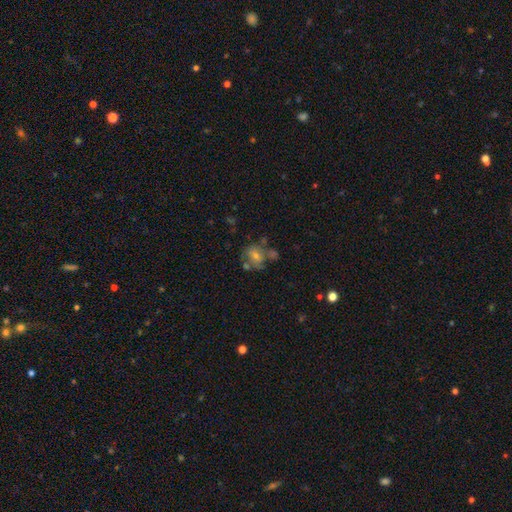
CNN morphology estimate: Smooth or featured: smooth — 44% (featured or disk — 40%)
Merging: none — 50% (merger — 20%)